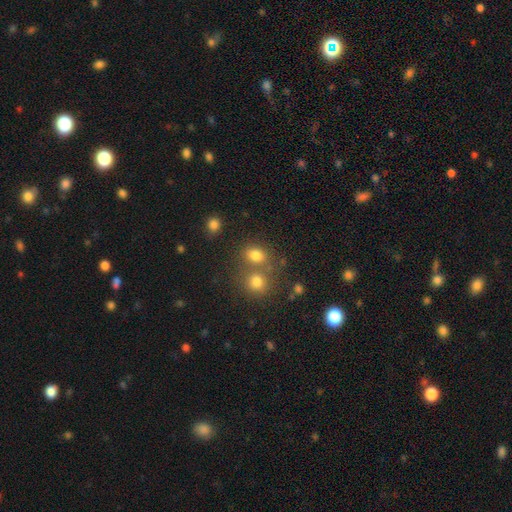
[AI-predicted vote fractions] smooth_or_featured: smooth (p=0.77) [alt: star or artifact p=0.14]
how_rounded: in between (p=0.54) [alt: round p=0.44]
merging: none (p=0.49) [alt: merger p=0.36]